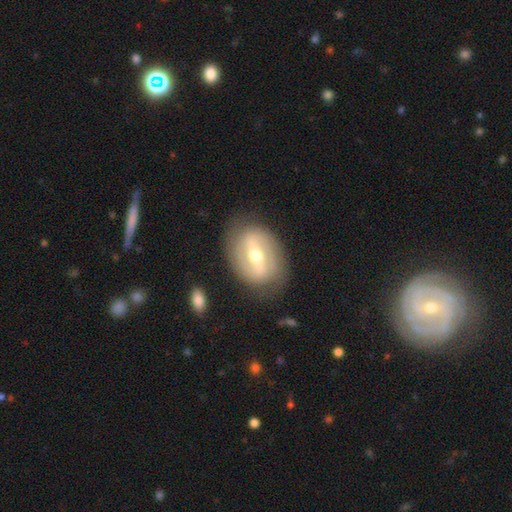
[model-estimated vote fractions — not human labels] This appears to be a featured or disk galaxy (77%) with a strong bar (60%), 2 (83%) medium (38%, tied with tight) spiral arms (73%) and a moderate central bulge (66%). Merging: none (80%).